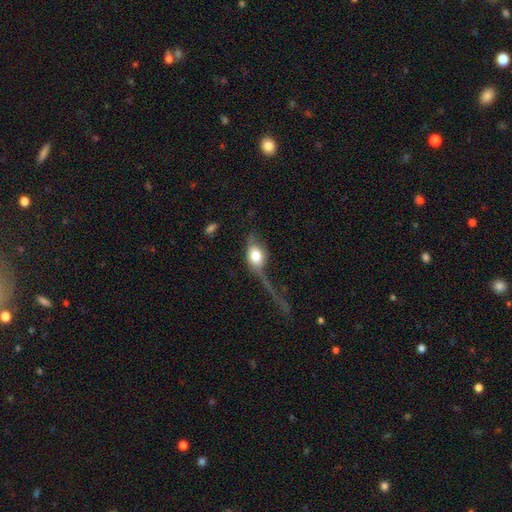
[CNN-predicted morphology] smooth_or_featured: smooth (p=0.61) [alt: featured or disk p=0.30]
how_rounded: in between (p=0.71) [alt: round p=0.24]
merging: major disturbance (p=0.43) [alt: none p=0.29]